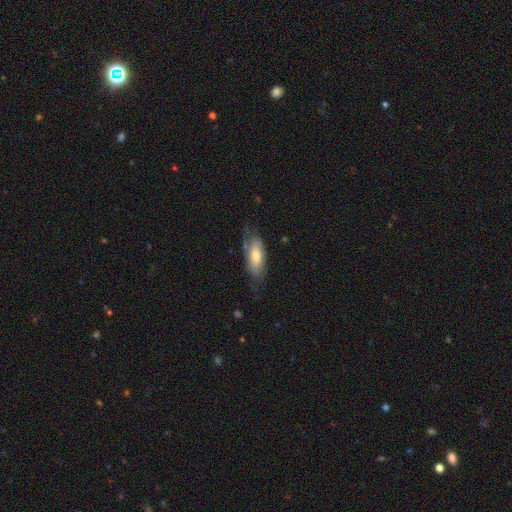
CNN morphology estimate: This is possibly a smooth galaxy (54%). How rounded: likely in between (78%). Merging: possibly none (57%).